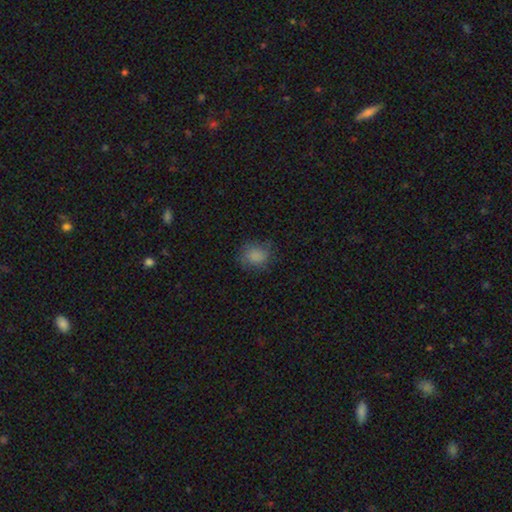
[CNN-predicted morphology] Overall: smooth (81%). How rounded: round (71%). Merging: none (73%).